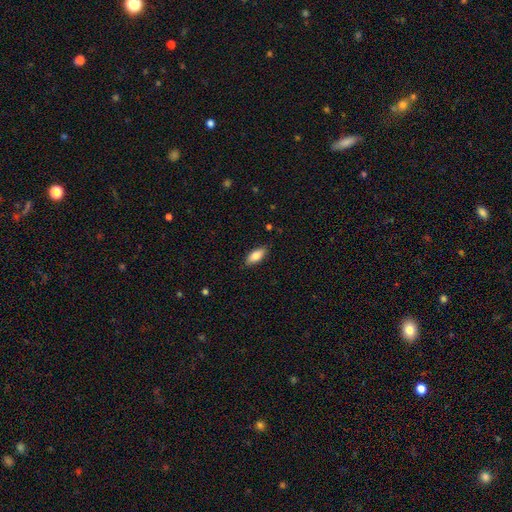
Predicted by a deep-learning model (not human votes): smooth 83%, featured or disk 10%, star or artifact 7%. Down the decision tree: how rounded — in between (85%); merging — none (85%).